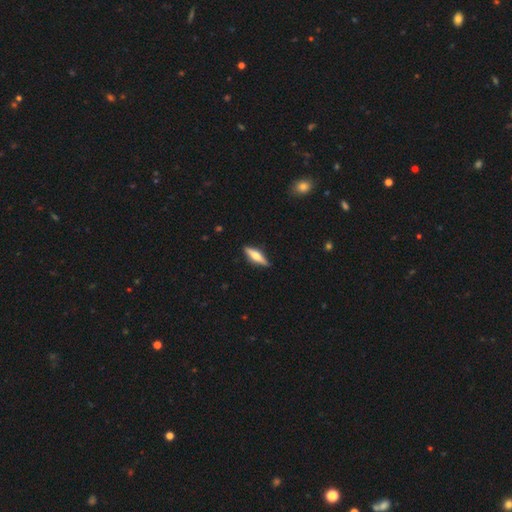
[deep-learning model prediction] This appears to be a featured or disk galaxy (57%) viewed edge-on (95%) with a rounded central bulge (92%). Merging: none (89%).